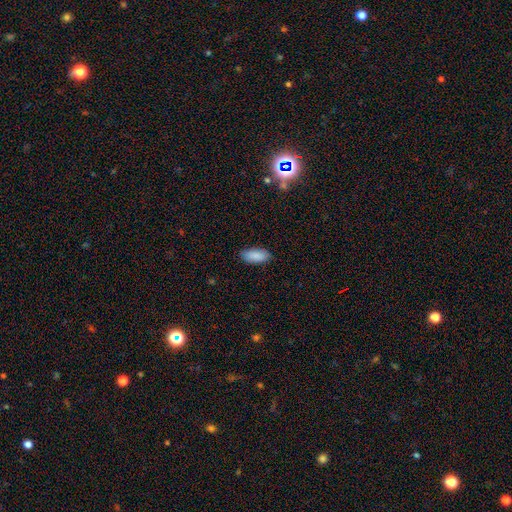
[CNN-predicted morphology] type=smooth (89%); roundness=in between (88%); merging=none (85%).